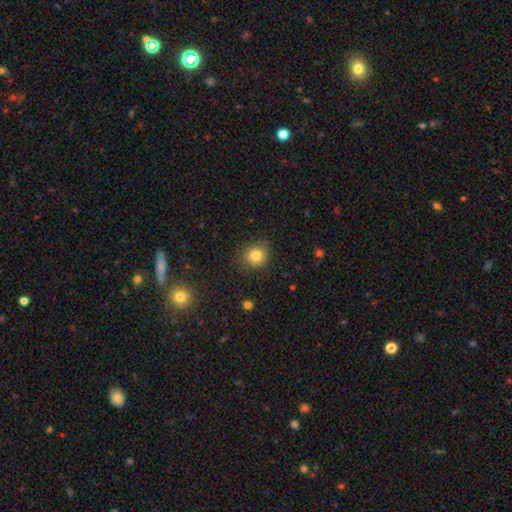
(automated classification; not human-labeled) Smooth or featured?
  - smooth: 81% *
  - star or artifact: 12%
  - featured or disk: 7%
How rounded?
  - round: 87% *
  - in between: 13%
  - cigar-shaped: 1%
Merging?
  - none: 84% *
  - minor disturbance: 12%
  - major disturbance: 3%
  - merger: 1%